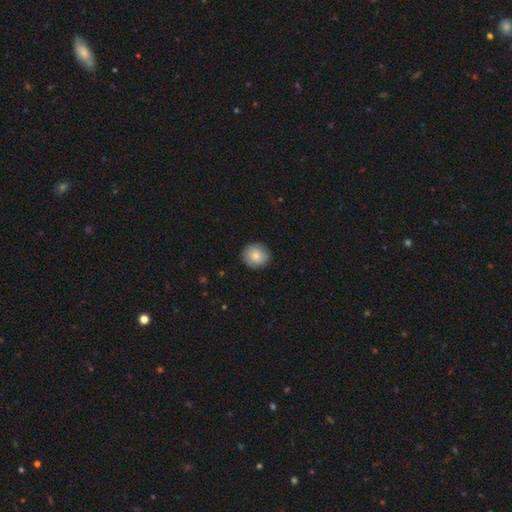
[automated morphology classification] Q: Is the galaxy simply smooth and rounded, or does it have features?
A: smooth — 77%.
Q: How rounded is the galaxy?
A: round — 90%.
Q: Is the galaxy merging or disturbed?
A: none — 86%.